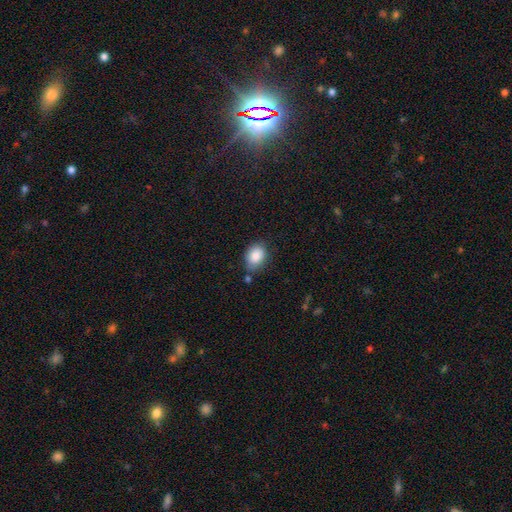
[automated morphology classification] smooth-or-featured: smooth: 87% | star or artifact: 8% | featured or disk: 5%
  how-rounded: in between: 74% | round: 25% | cigar-shaped: 1%
  merging: none: 73% | minor disturbance: 18% | merger: 4% | major disturbance: 4%